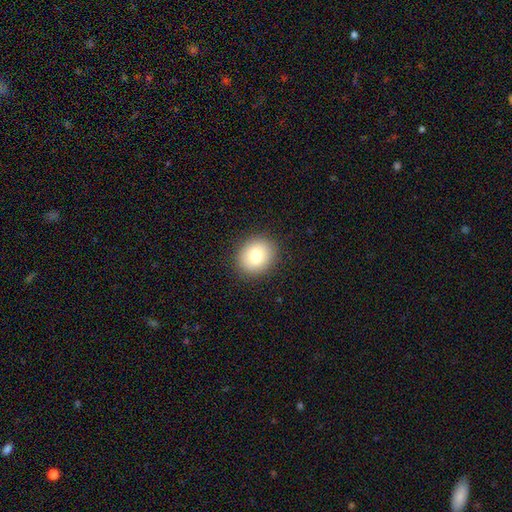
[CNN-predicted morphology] This is likely a smooth galaxy (79%). How rounded: likely round (73%). Merging: clearly none (90%).